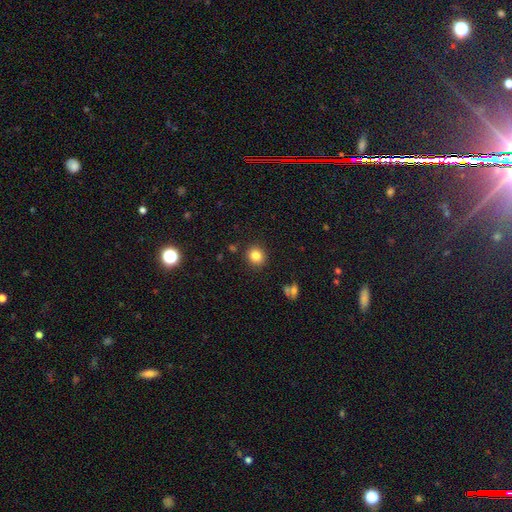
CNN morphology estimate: Q: Smooth or featured?
A: smooth (83%); runner-up: star or artifact (11%)
Q: How rounded?
A: round (86%); runner-up: in between (13%)
Q: Merging?
A: none (89%); runner-up: minor disturbance (7%)